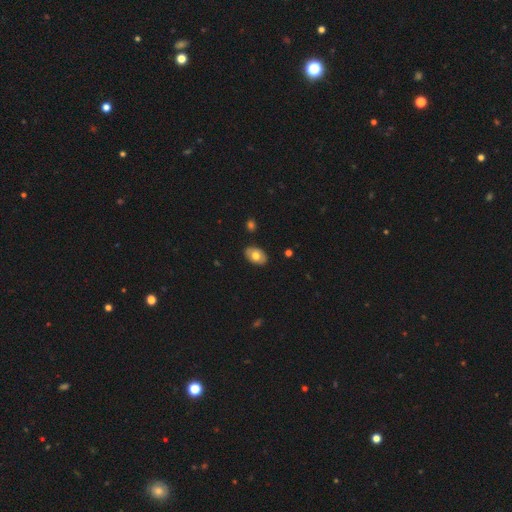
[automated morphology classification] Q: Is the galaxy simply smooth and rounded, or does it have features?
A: smooth — 69%.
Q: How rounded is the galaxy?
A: in between — 88%.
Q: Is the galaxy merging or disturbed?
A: none — 87%.